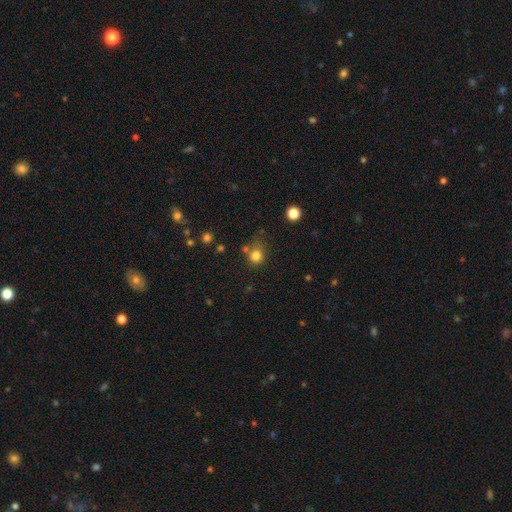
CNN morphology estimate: The model was most divided on "merging": none: 63%, minor disturbance: 16%, merger: 14%, major disturbance: 6%. More confident: smooth or featured — smooth (80%); how rounded — round (78%).